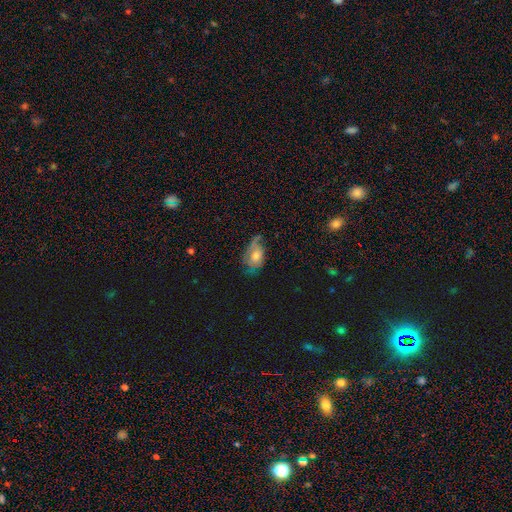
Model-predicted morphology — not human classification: Overall: smooth (45%; featured or disk 44%). Merging: none (48%; minor disturbance 32%).